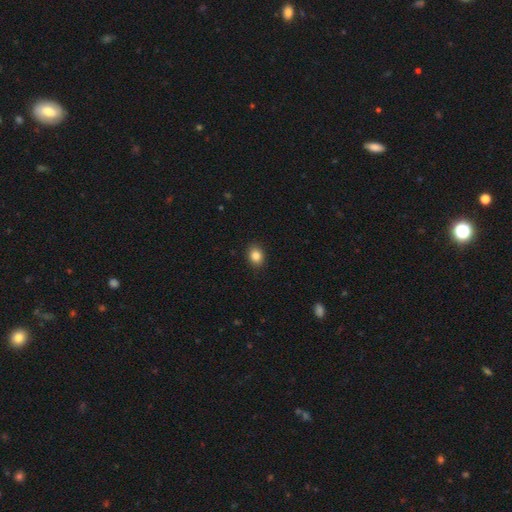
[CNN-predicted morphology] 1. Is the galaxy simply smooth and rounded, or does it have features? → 86% smooth, 10% star or artifact, 5% featured or disk.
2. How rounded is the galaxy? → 51% in between, 48% round, 1% cigar-shaped.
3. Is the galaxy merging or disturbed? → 89% none, 8% minor disturbance, 2% major disturbance, 1% merger.